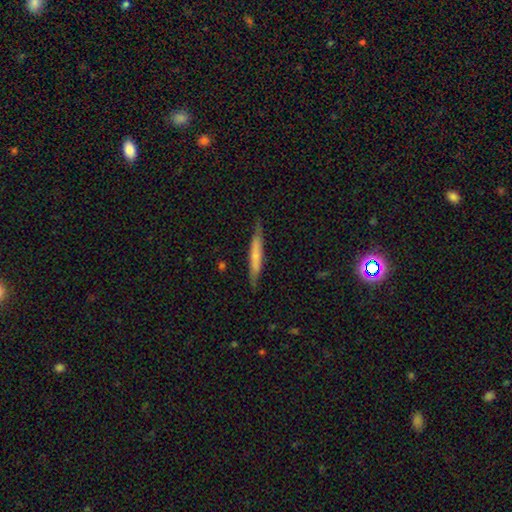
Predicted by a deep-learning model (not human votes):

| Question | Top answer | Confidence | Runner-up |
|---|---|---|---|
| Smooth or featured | smooth | 59% | featured or disk (36%) |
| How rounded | cigar-shaped | 94% | in between (5%) |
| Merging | none | 81% | minor disturbance (15%) |